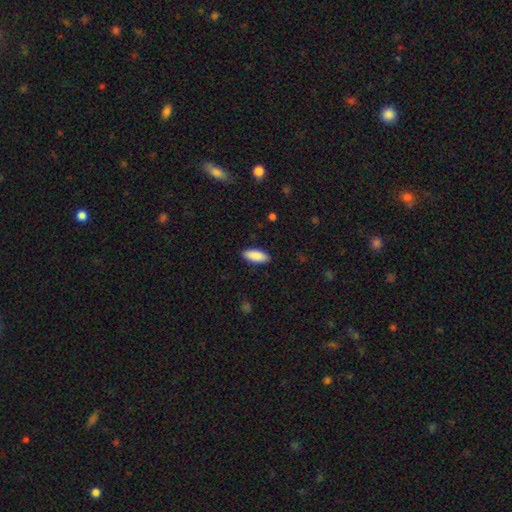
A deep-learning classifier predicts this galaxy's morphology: Smooth or featured? smooth (90%)
How rounded? in between (83%)
Merging? none (90%)